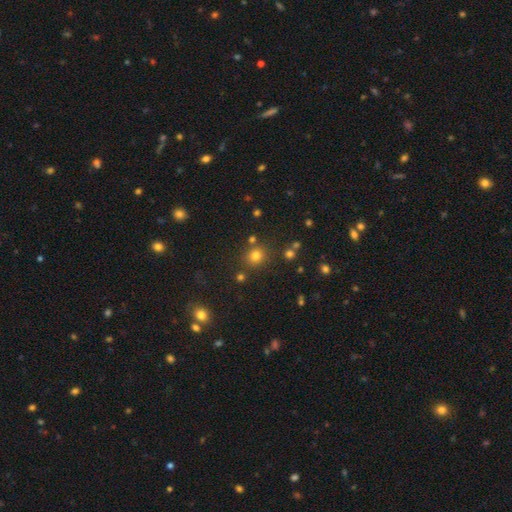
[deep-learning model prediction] smooth-or-featured: smooth: 75% | star or artifact: 19% | featured or disk: 7%
  how-rounded: round: 86% | in between: 13% | cigar-shaped: 1%
  merging: none: 81% | minor disturbance: 9% | merger: 7% | major disturbance: 3%